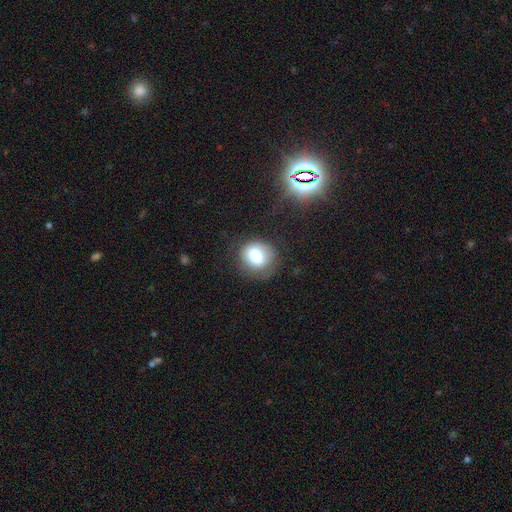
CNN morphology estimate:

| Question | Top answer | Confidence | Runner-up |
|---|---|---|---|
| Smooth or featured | smooth | 77% | featured or disk (13%) |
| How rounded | round | 66% | in between (33%) |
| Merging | none | 71% | minor disturbance (18%) |